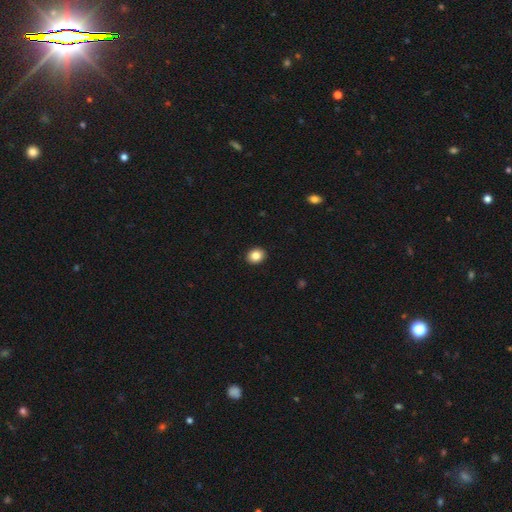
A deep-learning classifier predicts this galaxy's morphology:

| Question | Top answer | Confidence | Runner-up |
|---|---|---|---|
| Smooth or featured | smooth | 85% | star or artifact (9%) |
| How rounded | round | 58% | in between (42%) |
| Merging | none | 92% | minor disturbance (5%) |